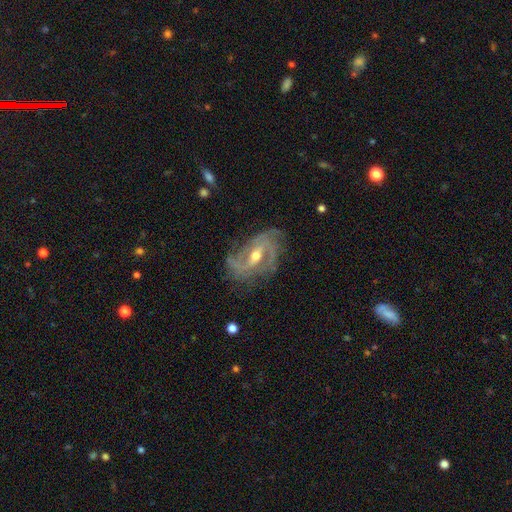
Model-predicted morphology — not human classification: The model was most divided on "bar": weak: 44%, strong: 33%, no: 24%. Remaining: spiral arms — yes (96%); edge-on disk — no (96%); smooth or featured — featured or disk (89%); merging — none (69%); bulge size — moderate (63%); spiral winding — medium (46%); spiral arm count — 2 (41%).